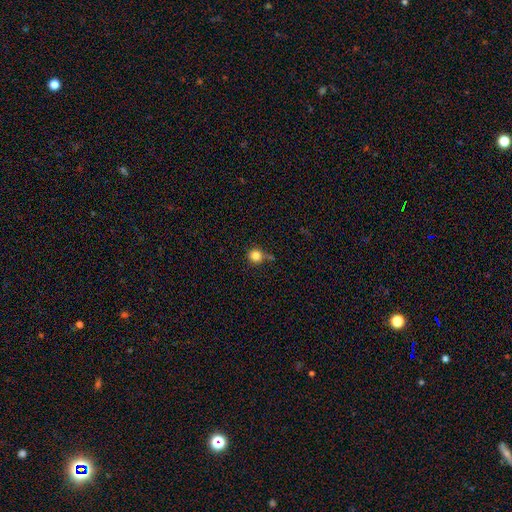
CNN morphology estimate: Smooth or featured? Predicted: smooth (p=0.83). How rounded? Predicted: round (p=0.94). Merging? Predicted: none (p=0.70).